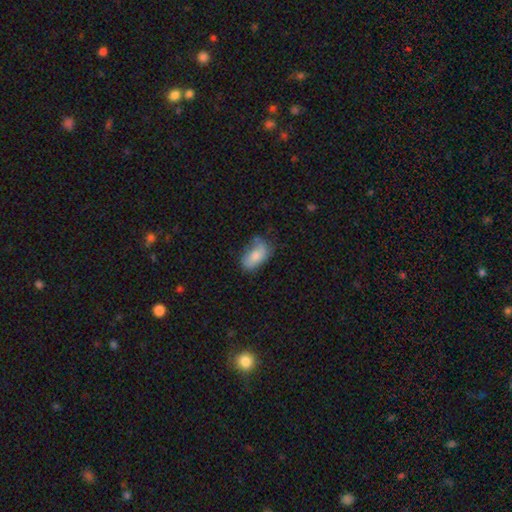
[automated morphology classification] Smooth or featured? Predicted: smooth (p=0.76). How rounded? Predicted: in between (p=0.92). Merging? Predicted: none (p=0.50).